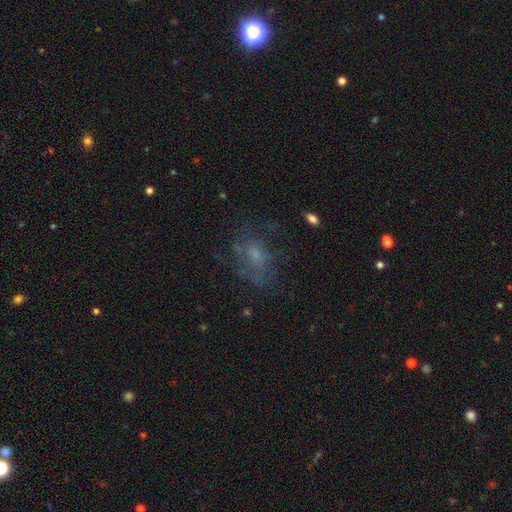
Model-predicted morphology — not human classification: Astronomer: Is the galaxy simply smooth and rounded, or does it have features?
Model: smooth — 42% (runner-up: featured or disk, 40%).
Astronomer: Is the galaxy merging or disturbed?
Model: none — 57%.